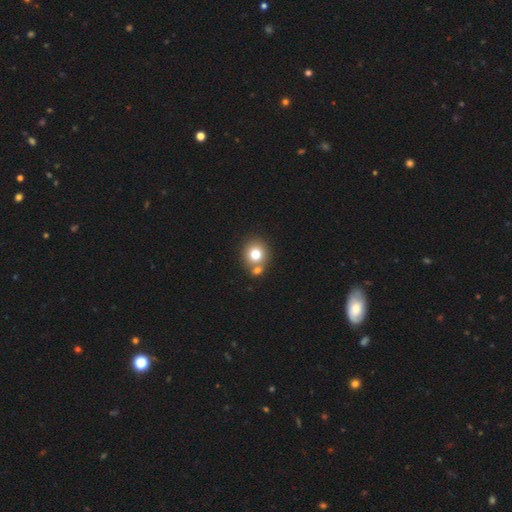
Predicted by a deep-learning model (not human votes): Smooth or featured: smooth — 74% (featured or disk — 13%)
How rounded: round — 83% (in between — 16%)
Merging: none — 60% (merger — 29%)